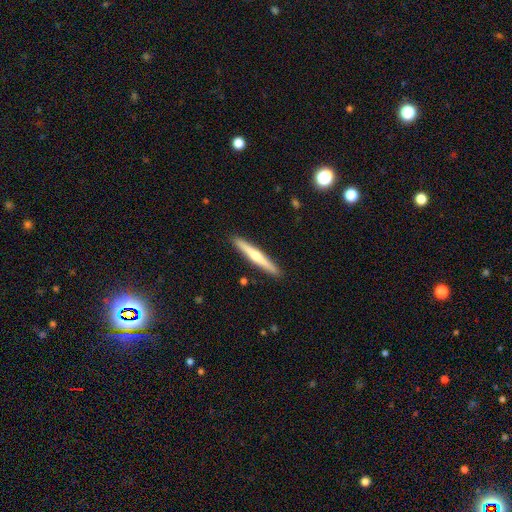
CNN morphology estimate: type=featured or disk (59%); edge-on=yes (98%); edge-on bulge=rounded (82%); merging=none (92%).